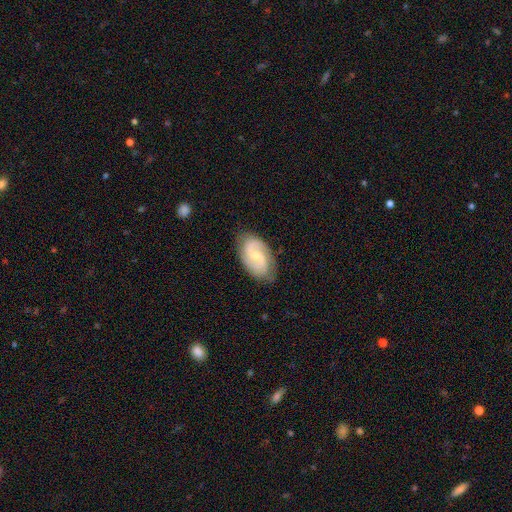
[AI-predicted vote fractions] This is likely a featured or disk galaxy (80%). It is clearly not viewed edge-on (97%). Bar: possibly weak (48%). Spiral arm pattern: clearly yes (95%). Spiral arm count: clearly 2 (89%). Spiral winding: possibly medium (49%). Central bulge: possibly small (57%). Merging: clearly none (81%).